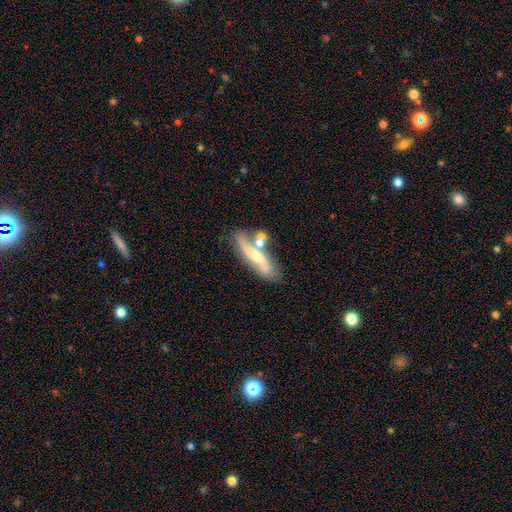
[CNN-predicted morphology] Smooth or featured?
  - featured or disk: 64% *
  - smooth: 29%
  - star or artifact: 7%
Edge-on disk?
  - no: 63% *
  - yes: 37%
Merging?
  - none: 57% *
  - merger: 19%
  - minor disturbance: 17%
  - major disturbance: 7%